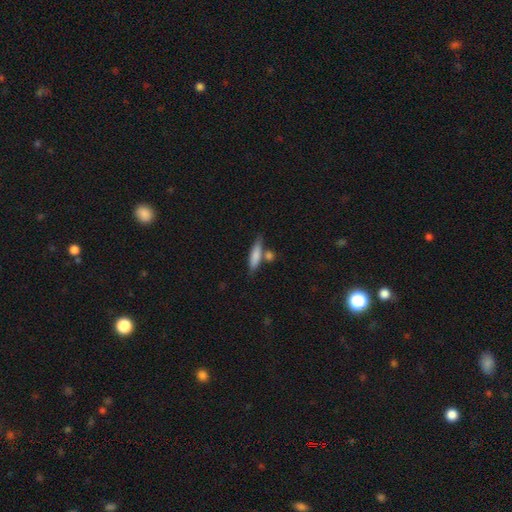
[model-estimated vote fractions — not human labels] This appears to be a smooth galaxy with no disk features (78%) that is cigar-shaped (67%). Merging: none (63%).